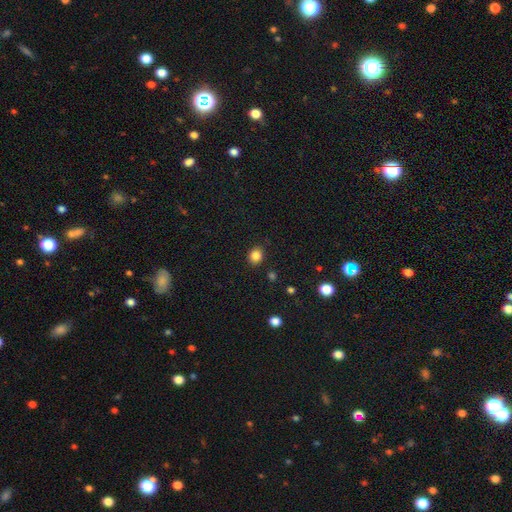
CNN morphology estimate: This appears to be a smooth galaxy with no disk features (84%) that is round (71%). Merging: none (87%).